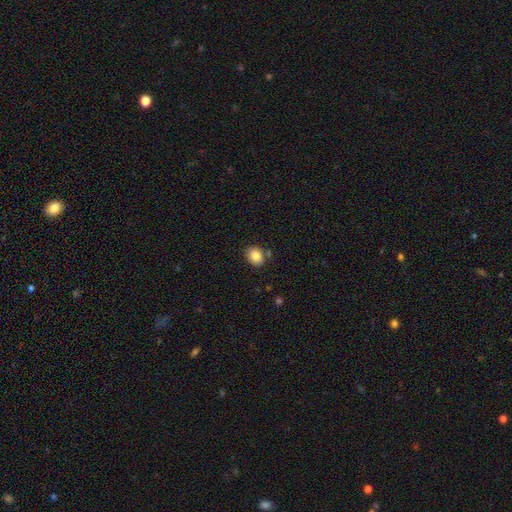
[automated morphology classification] Overall: smooth (84%). How rounded: in between (59%; round 40%). Merging: none (78%).